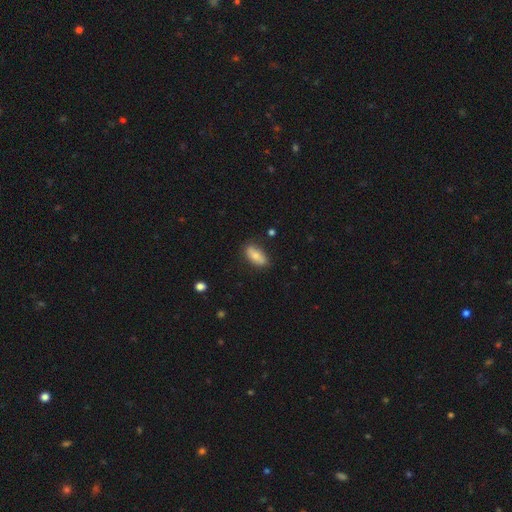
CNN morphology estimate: type=smooth (78%); roundness=in between (80%); merging=none (80%).